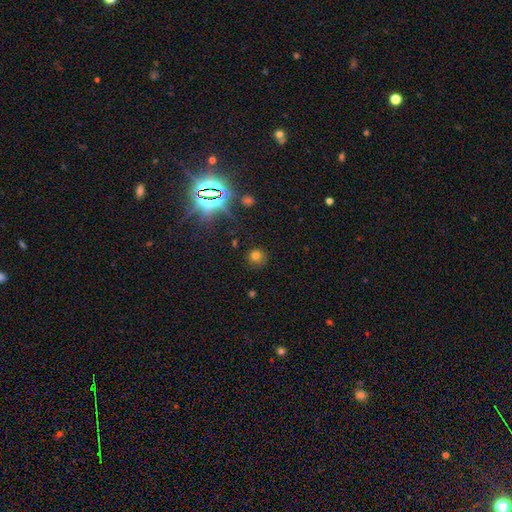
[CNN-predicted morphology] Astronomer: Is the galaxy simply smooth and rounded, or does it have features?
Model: smooth — 68%.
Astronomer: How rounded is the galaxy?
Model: round — 90%.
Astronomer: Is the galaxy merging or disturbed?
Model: none — 84%.